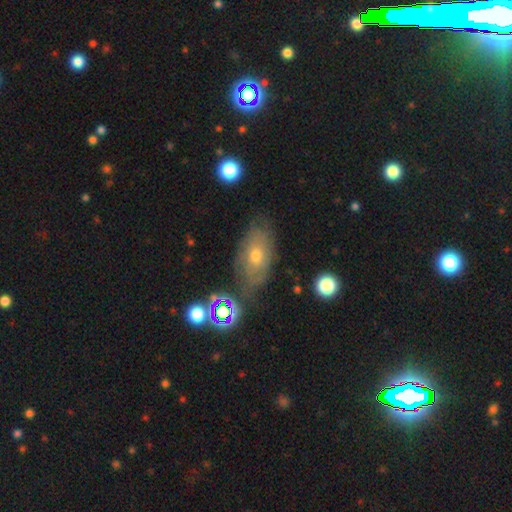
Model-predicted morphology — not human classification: Smooth or featured? featured or disk (53%)
Edge-on disk? no (87%)
Merging? none (70%)